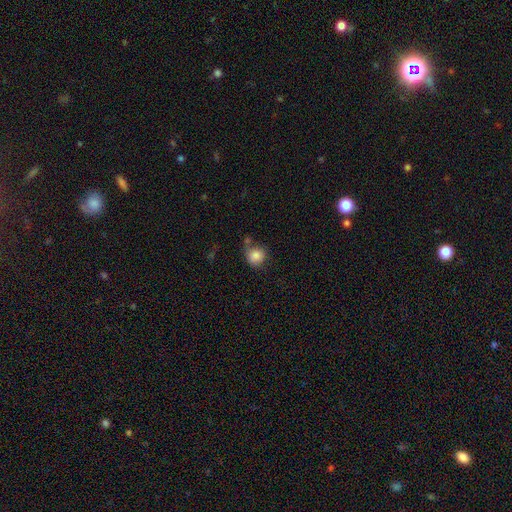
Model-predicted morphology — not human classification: smooth 85%, star or artifact 9%, featured or disk 6%. Down the decision tree: how rounded — round (84%); merging — none (57%).